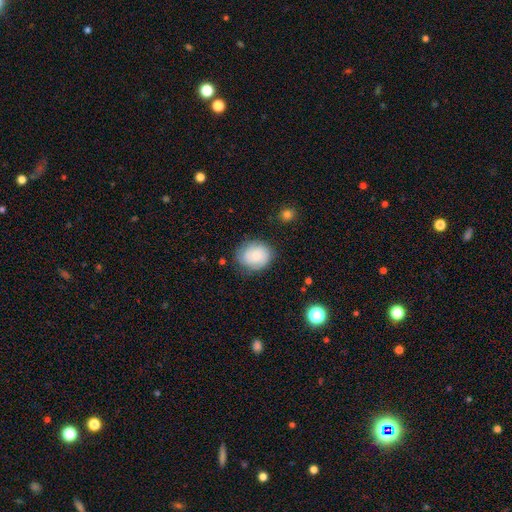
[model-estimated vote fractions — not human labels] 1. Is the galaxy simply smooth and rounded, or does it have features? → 53% smooth, 39% featured or disk, 8% star or artifact.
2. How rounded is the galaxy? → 69% round, 30% in between, 1% cigar-shaped.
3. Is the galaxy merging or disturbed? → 78% none, 16% minor disturbance, 5% major disturbance, 2% merger.